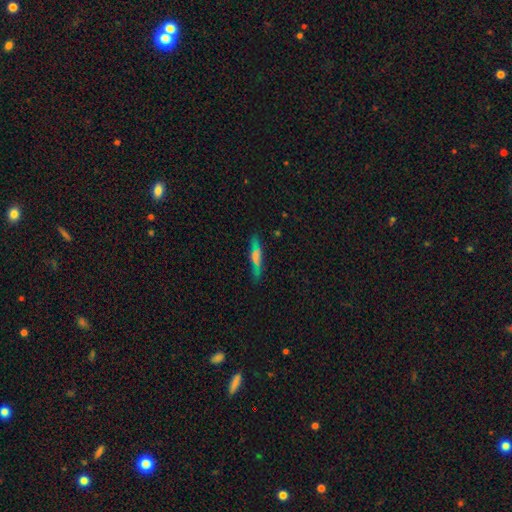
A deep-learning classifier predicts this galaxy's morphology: Smooth or featured? Predicted: featured or disk (p=0.46). Merging? Predicted: none (p=0.73).